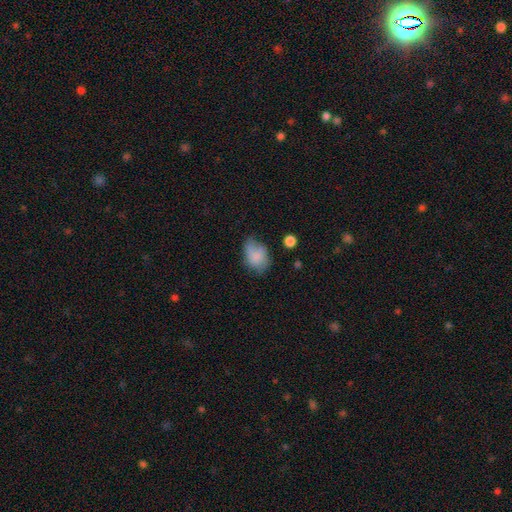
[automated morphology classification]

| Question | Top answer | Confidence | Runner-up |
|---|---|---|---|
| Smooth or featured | smooth | 76% | featured or disk (14%) |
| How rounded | in between | 73% | round (26%) |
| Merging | none | 44% | minor disturbance (35%) |